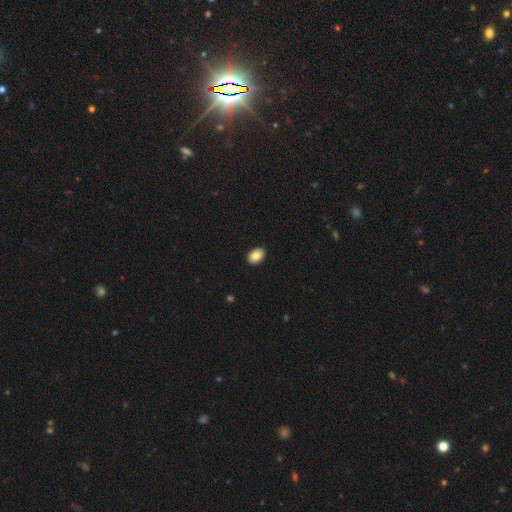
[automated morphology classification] The model was most divided on "how rounded": in between: 85%, round: 14%, cigar-shaped: 1%. More confident: merging — none (89%); smooth or featured — smooth (84%).